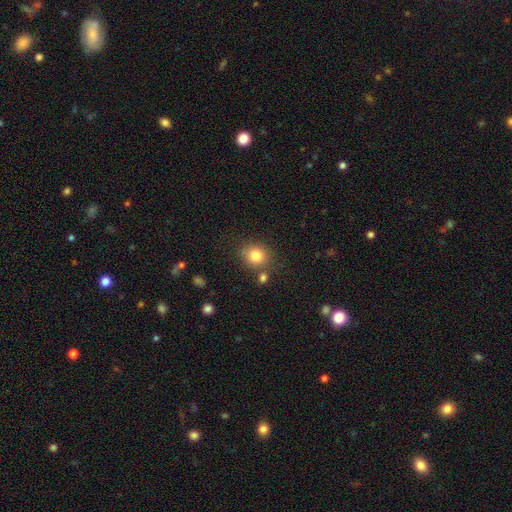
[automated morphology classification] type=smooth (81%); roundness=round (82%); merging=none (75%).